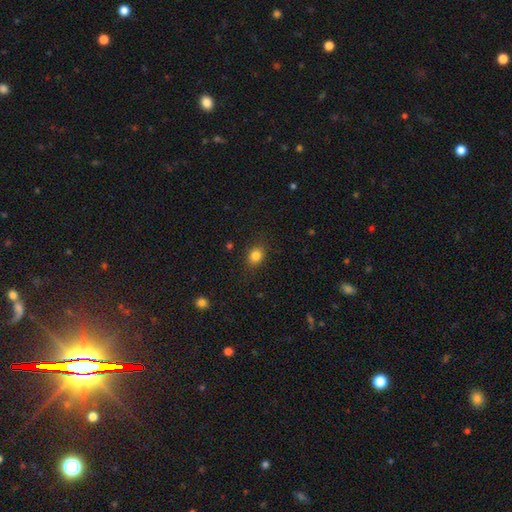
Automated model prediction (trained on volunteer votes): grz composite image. It shows a smooth galaxy with no disk features (83%) that is round (54%). Merging: none (84%).